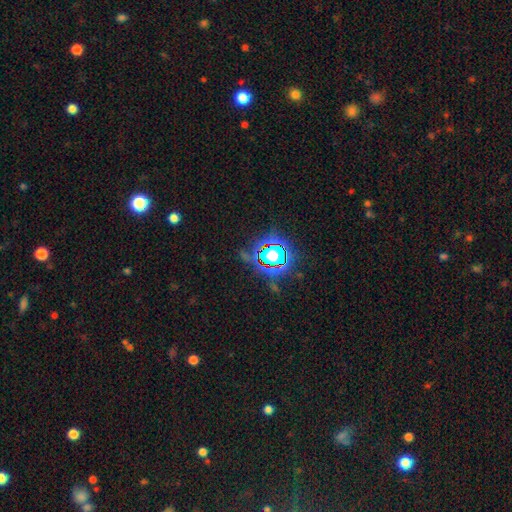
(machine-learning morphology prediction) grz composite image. It shows a star or artifact, not a galaxy (80%).